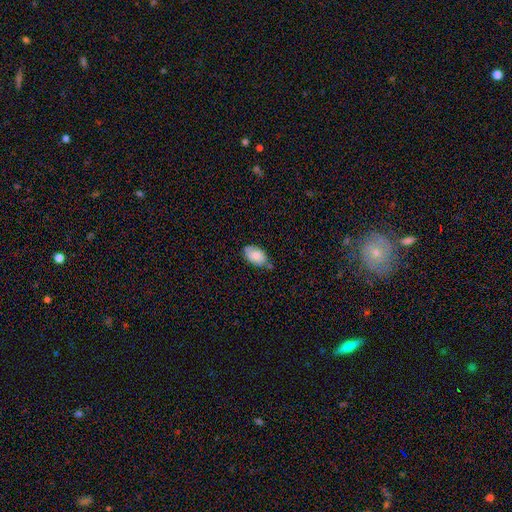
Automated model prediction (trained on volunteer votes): smooth 73%, featured or disk 20%, star or artifact 7%. Down the decision tree: how rounded — in between (92%); merging — none (60%).